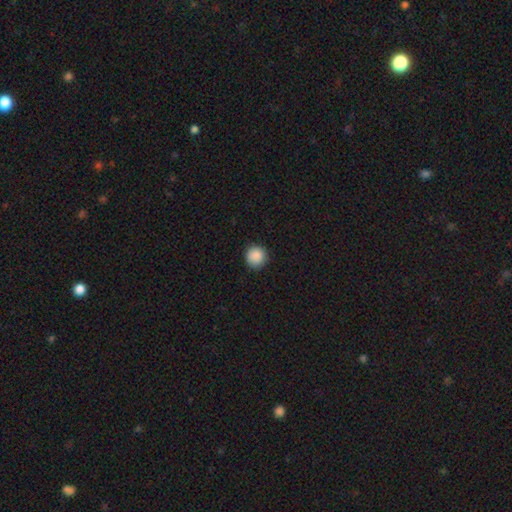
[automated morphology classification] The model was most divided on "smooth or featured": smooth: 89%, star or artifact: 9%, featured or disk: 2%. More confident: how rounded — round (95%); merging — none (91%).